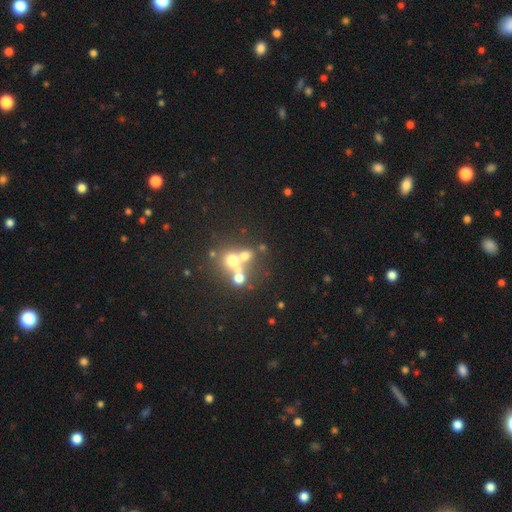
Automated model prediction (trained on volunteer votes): smooth_or_featured: smooth (p=0.38) [alt: star or artifact p=0.32]
merging: merger (p=0.47) [alt: none p=0.39]